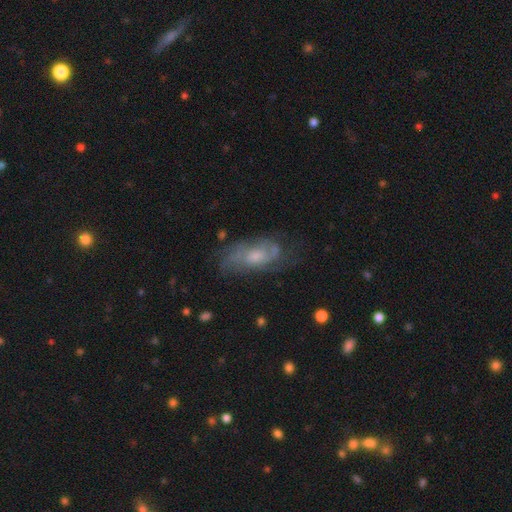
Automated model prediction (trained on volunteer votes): smooth_or_featured: featured or disk (p=0.62) [alt: smooth p=0.28]
disk_edge_on: no (p=0.88) [alt: yes p=0.12]
bar: no (p=0.72) [alt: weak p=0.24]
has_spiral_arms: yes (p=0.74) [alt: no p=0.26]
bulge_size: moderate (p=0.50) [alt: small p=0.32]
merging: none (p=0.61) [alt: minor disturbance p=0.23]